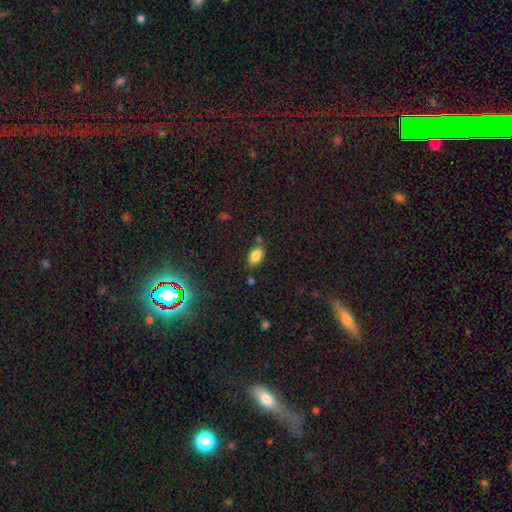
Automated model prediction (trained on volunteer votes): Overall: smooth (82%). How rounded: in between (90%). Merging: none (74%).